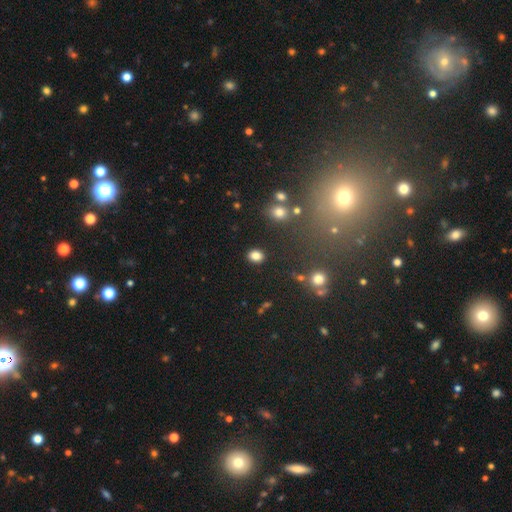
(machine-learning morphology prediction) A smooth galaxy with no disk features (83%) that is in between round and cigar-shaped (50%). Merging: none (88%).